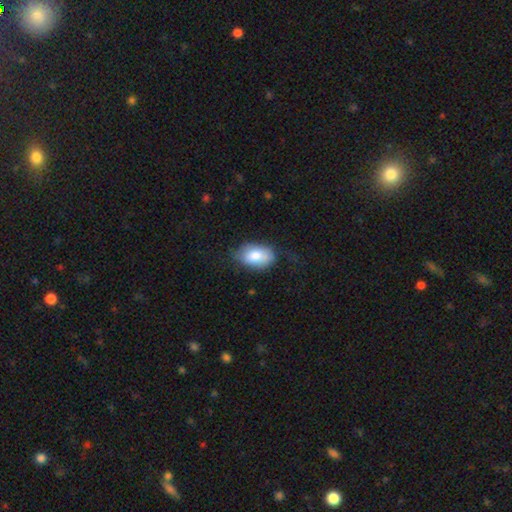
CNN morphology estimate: smooth-or-featured: smooth: 80% | featured or disk: 13% | star or artifact: 7%
  how-rounded: in between: 91% | round: 8% | cigar-shaped: 1%
  merging: none: 64% | minor disturbance: 26% | major disturbance: 9% | merger: 1%